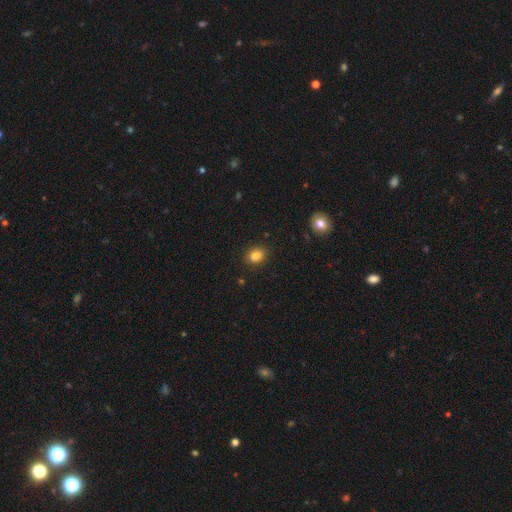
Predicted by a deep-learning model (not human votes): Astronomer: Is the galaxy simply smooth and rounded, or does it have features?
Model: smooth — 84%.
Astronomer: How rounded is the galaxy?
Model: round — 51% (runner-up: in between, 48%).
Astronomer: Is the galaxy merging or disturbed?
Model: none — 87%.